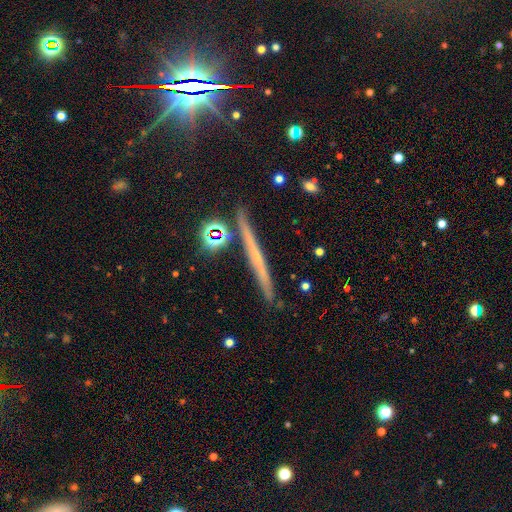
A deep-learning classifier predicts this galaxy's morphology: This appears to be a featured or disk galaxy (58%) viewed edge-on (97%) with no central bulge (74%). Merging: none (86%).